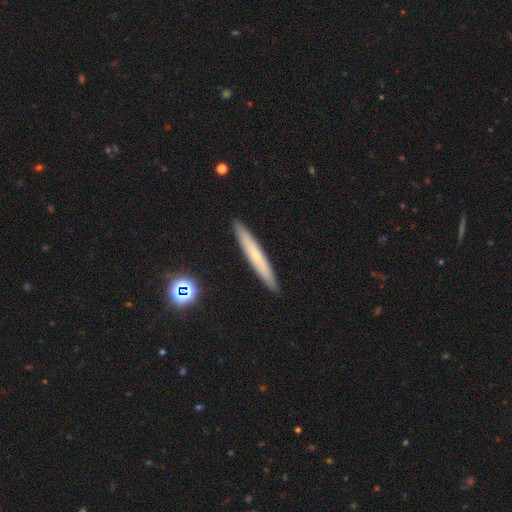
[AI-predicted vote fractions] The model was most divided on "smooth or featured": smooth: 55%, featured or disk: 37%, star or artifact: 8%. More confident: how rounded — cigar-shaped (95%); merging — none (92%).